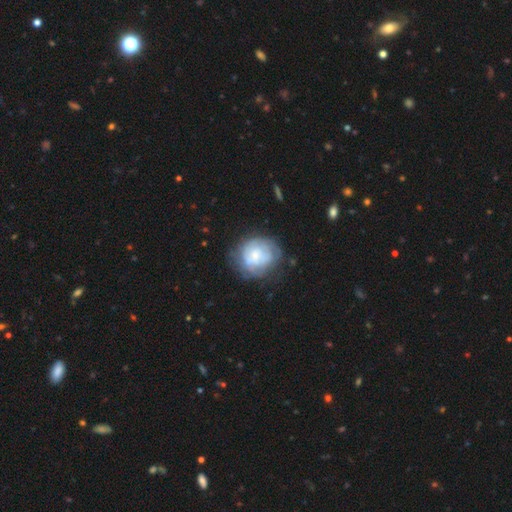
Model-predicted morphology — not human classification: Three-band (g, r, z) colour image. It shows a featured or disk galaxy (47%). Merging: none (59%).